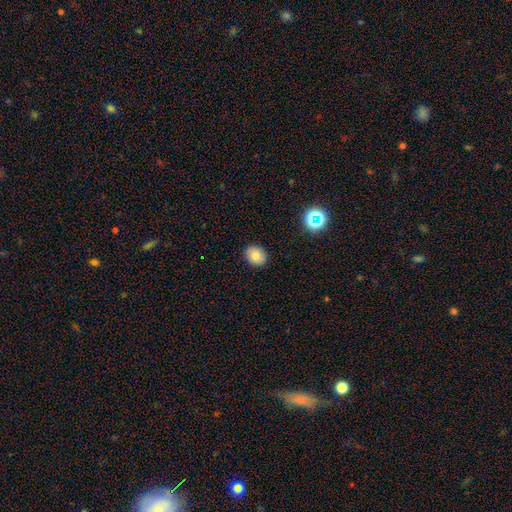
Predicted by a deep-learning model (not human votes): A smooth galaxy with no disk features (82%) that is round (50%, tied with in between).

Vote fractions:
- Smooth or featured? smooth: 82% / star or artifact: 11% / featured or disk: 8%
- How rounded? round: 50% (tied) / in between: 50% (tied) / cigar-shaped: 1%
- Merging? none: 89% / minor disturbance: 8% / major disturbance: 2% / merger: 1%